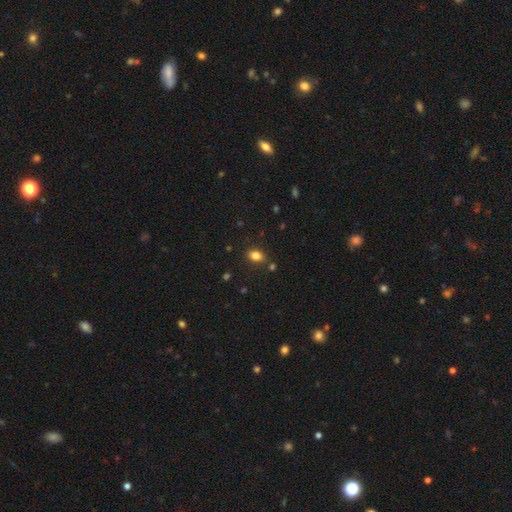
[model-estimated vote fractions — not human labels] Smooth or featured: smooth — 83% (star or artifact — 12%)
How rounded: in between — 79% (round — 19%)
Merging: none — 81% (minor disturbance — 11%)